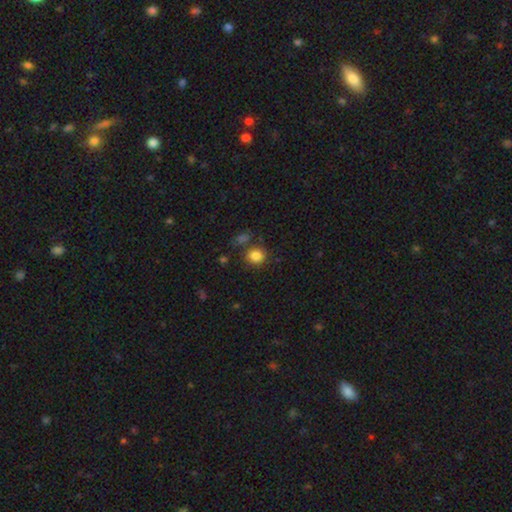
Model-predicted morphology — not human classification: smooth_or_featured: smooth (p=0.84) [alt: star or artifact p=0.10]
how_rounded: round (p=0.76) [alt: in between p=0.23]
merging: none (p=0.76) [alt: minor disturbance p=0.12]